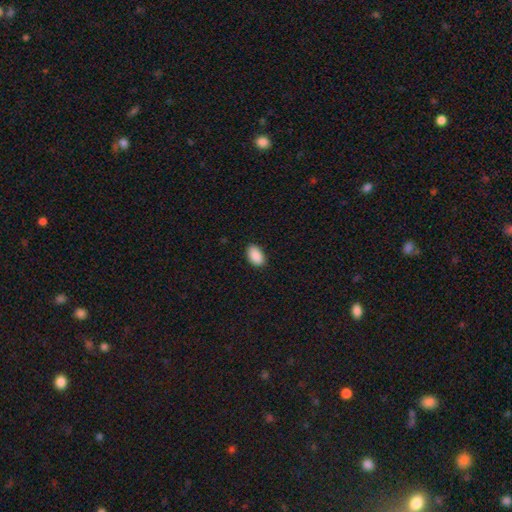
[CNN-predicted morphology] Smooth or featured?
  - smooth: 90% *
  - star or artifact: 7%
  - featured or disk: 3%
How rounded?
  - in between: 91% *
  - round: 8%
  - cigar-shaped: 1%
Merging?
  - none: 89% *
  - minor disturbance: 8%
  - major disturbance: 2%
  - merger: 1%